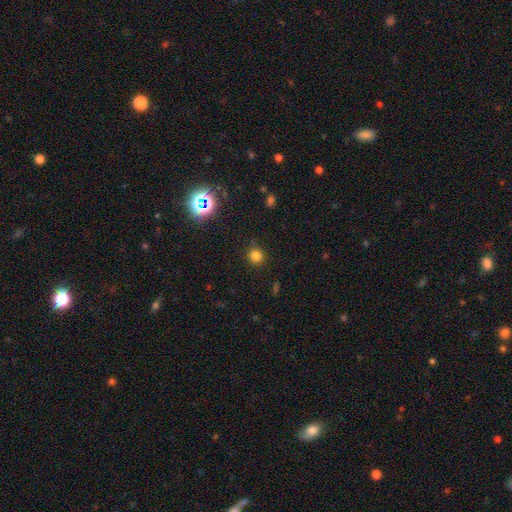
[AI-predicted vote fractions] Morphology: type=smooth (78%); roundness=round (92%); merging=none (85%).